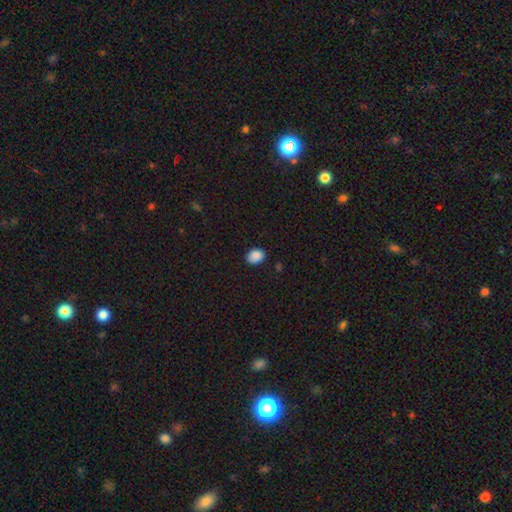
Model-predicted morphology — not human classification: This is clearly a smooth galaxy (87%). How rounded: likely in between (66%). Merging: likely none (78%).